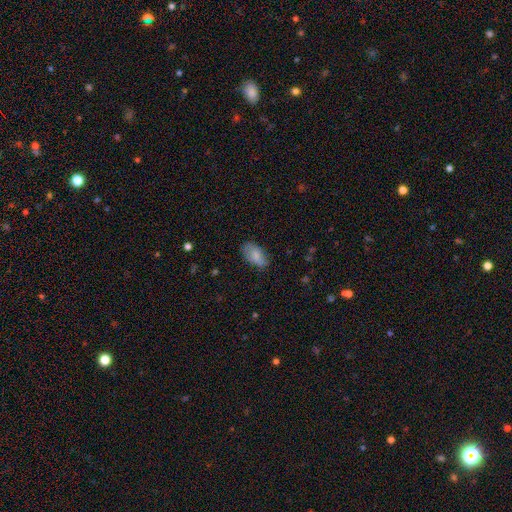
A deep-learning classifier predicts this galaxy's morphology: smooth 80%, featured or disk 13%, star or artifact 7%. Down the decision tree: how rounded — in between (92%); merging — none (71%).